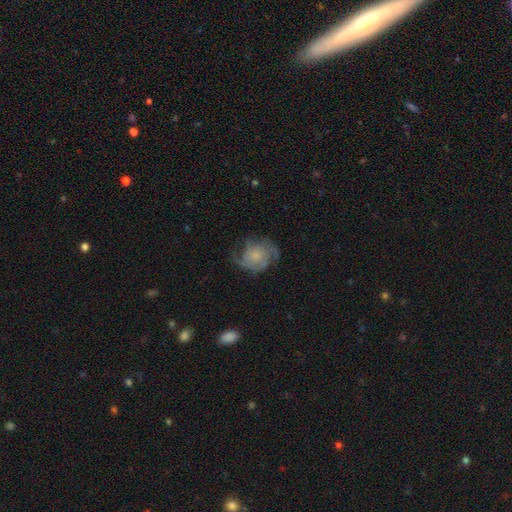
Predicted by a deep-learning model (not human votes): This appears to be a featured or disk galaxy (62%) with no bar (79%), 2 (42%) medium (43%) spiral arms (86%) and a small central bulge (43%). Merging: none (53%).